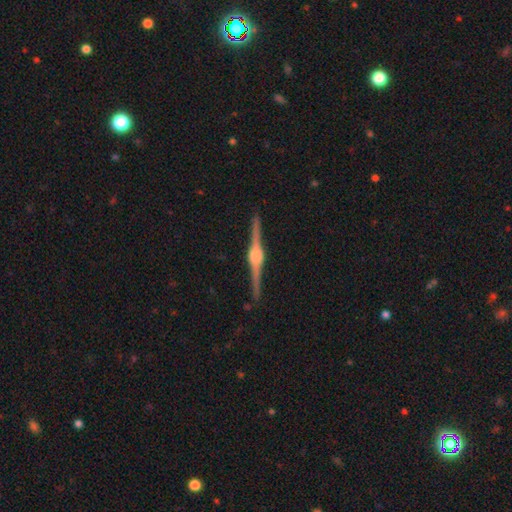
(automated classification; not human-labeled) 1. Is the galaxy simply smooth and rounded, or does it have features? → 90% featured or disk, 5% star or artifact, 5% smooth.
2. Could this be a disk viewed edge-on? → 99% yes, 1% no.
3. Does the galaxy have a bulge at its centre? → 85% rounded, 13% boxy, 2% none.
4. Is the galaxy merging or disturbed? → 91% none, 7% minor disturbance, 1% major disturbance, 1% merger.